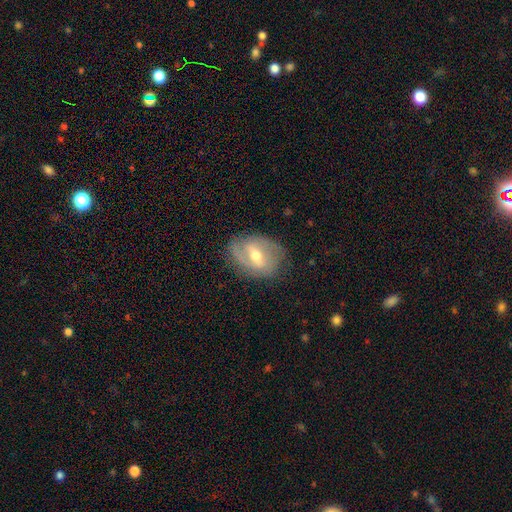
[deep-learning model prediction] The model was most divided on "spiral winding": medium: 42%, tight: 35%, loose: 24%. Remaining: edge-on disk — no (94%); spiral arms — yes (78%); merging — none (73%); smooth or featured — featured or disk (70%); bulge size — moderate (70%); spiral arm count — 2 (64%); bar — weak (47%).